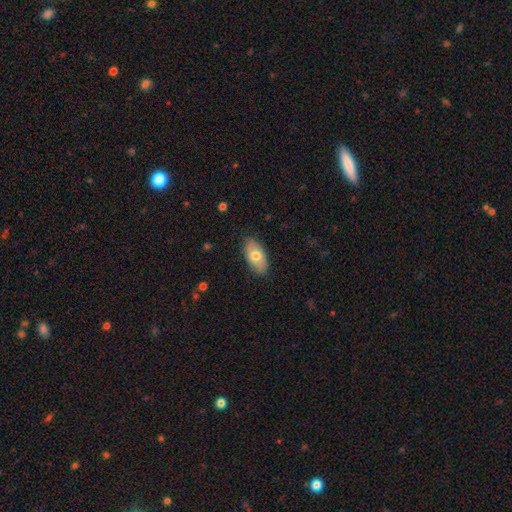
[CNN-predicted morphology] This is likely a smooth galaxy (74%). How rounded: clearly in between (92%). Merging: clearly none (86%).